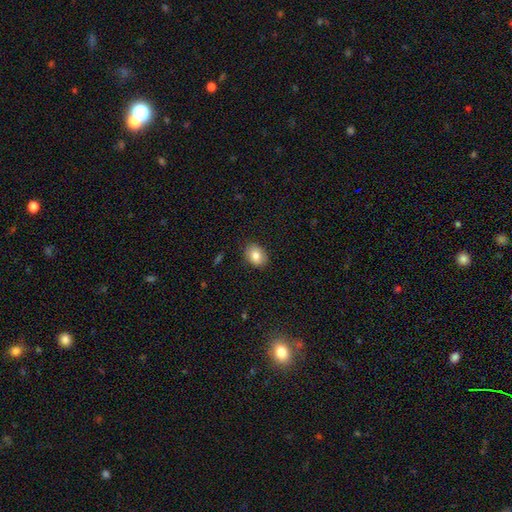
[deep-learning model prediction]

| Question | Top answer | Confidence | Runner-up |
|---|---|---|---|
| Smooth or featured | smooth | 82% | featured or disk (10%) |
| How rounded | in between | 65% | round (34%) |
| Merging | none | 87% | minor disturbance (9%) |